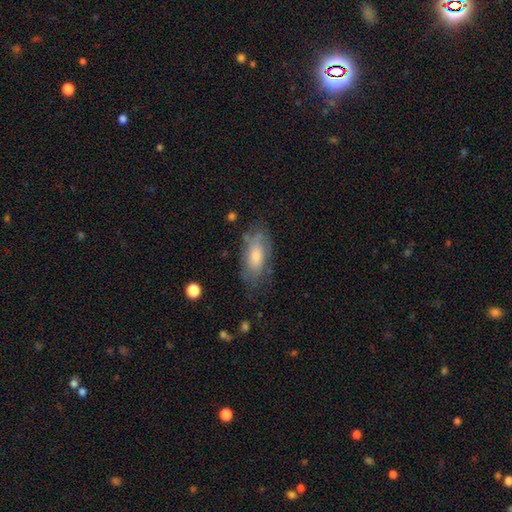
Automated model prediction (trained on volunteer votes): A smooth galaxy with no disk features (46%, tied with featured or disk). Merging: none (64%).